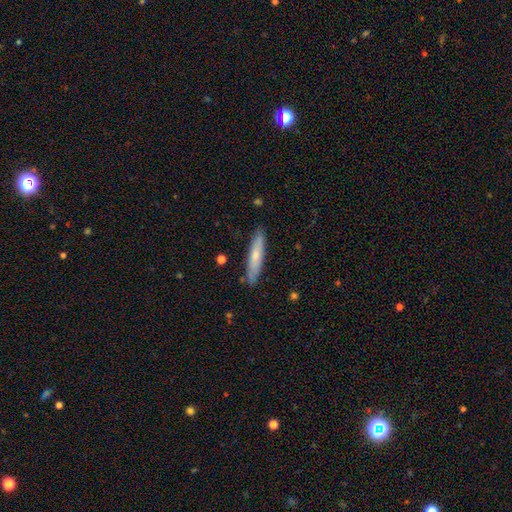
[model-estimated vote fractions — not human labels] The model was most divided on "smooth or featured": smooth: 62%, featured or disk: 32%, star or artifact: 6%. More confident: how rounded — cigar-shaped (89%); merging — none (87%).